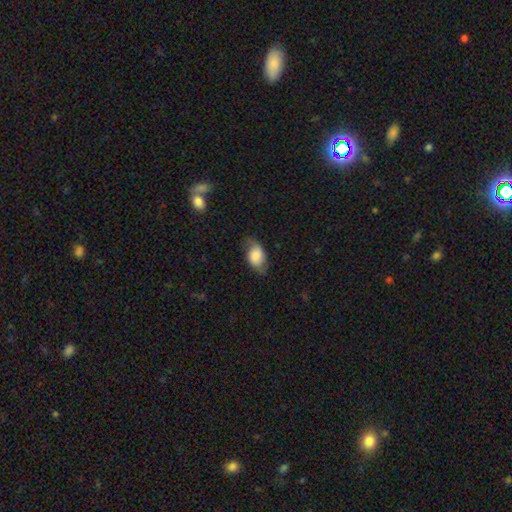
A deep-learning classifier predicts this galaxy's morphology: This is likely a smooth galaxy (72%). How rounded: clearly in between (86%). Merging: likely none (61%).